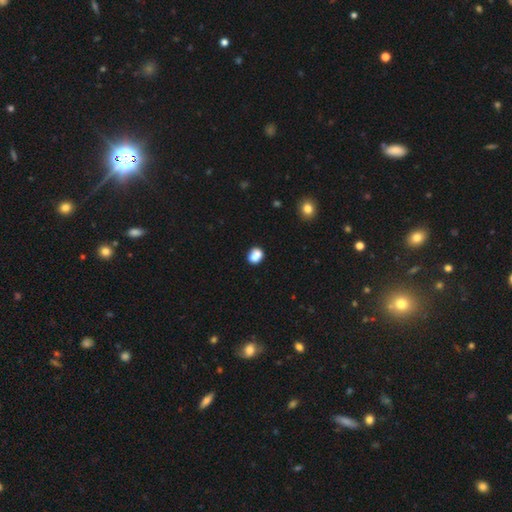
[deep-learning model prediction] Smooth or featured?
  - smooth: 82% *
  - star or artifact: 10%
  - featured or disk: 8%
How rounded?
  - round: 55% *
  - in between: 44%
  - cigar-shaped: 1%
Merging?
  - none: 62% *
  - minor disturbance: 17%
  - merger: 15%
  - major disturbance: 5%